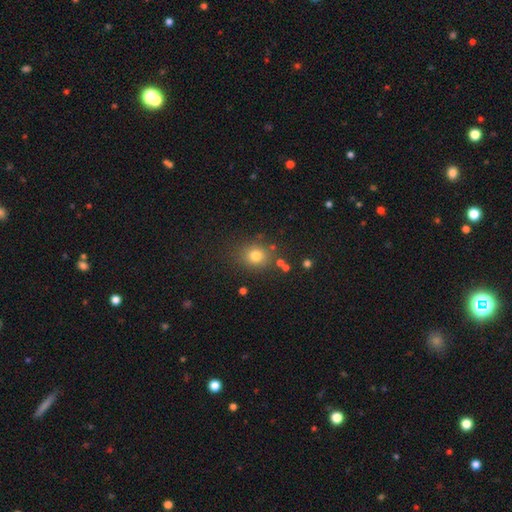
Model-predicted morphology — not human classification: Overall: smooth (76%). How rounded: round (76%). Merging: none (80%).